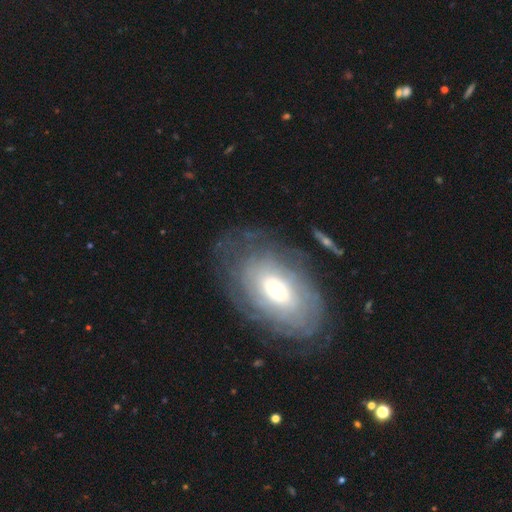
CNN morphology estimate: type=featured or disk (66%); edge-on=no (93%); bar=no (67%); spiral arms=yes (69%); bulge=moderate (58%); merging=none (76%).